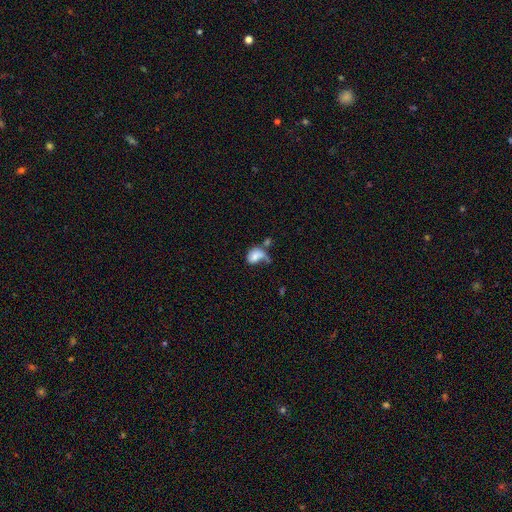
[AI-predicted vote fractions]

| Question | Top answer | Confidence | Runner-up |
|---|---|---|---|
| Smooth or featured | smooth | 58% | featured or disk (33%) |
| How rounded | in between | 74% | round (24%) |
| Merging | major disturbance | 33% | merger (24%) |